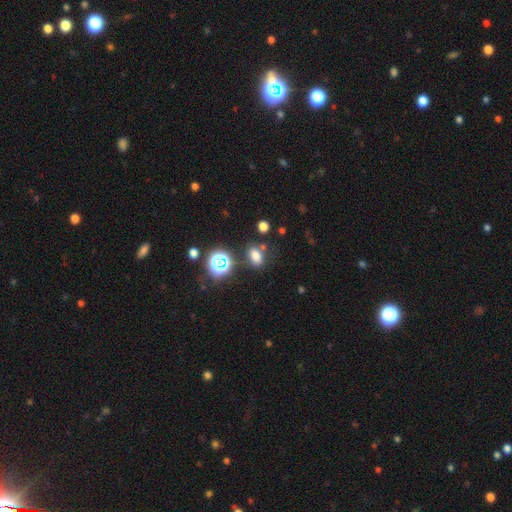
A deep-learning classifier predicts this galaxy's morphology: smooth-or-featured: smooth: 71% | star or artifact: 21% | featured or disk: 8%
  how-rounded: in between: 73% | round: 25% | cigar-shaped: 2%
  merging: none: 73% | minor disturbance: 13% | merger: 9% | major disturbance: 5%